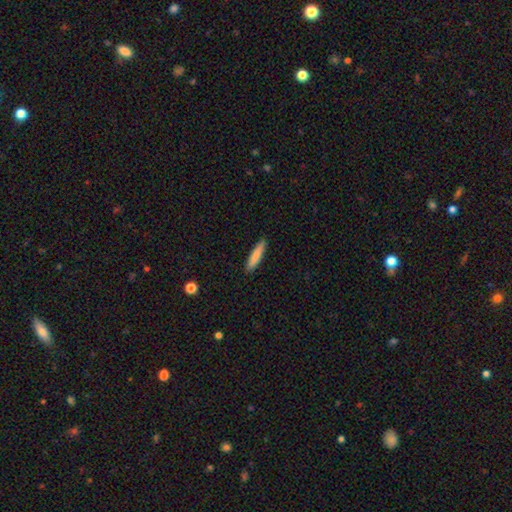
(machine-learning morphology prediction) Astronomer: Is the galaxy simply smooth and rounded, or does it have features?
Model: smooth — 81%.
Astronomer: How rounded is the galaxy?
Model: cigar-shaped — 87%.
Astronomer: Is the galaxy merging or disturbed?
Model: none — 90%.